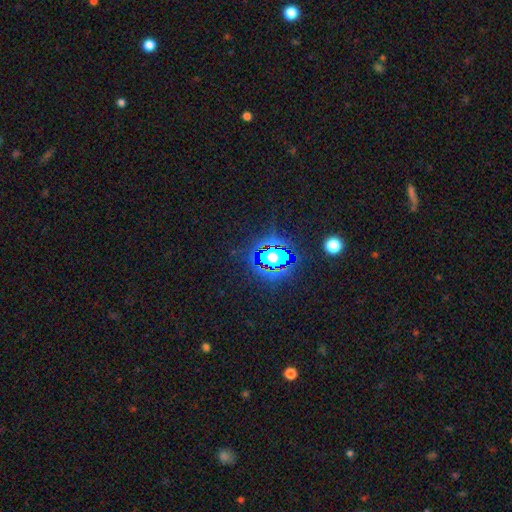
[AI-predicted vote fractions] Overall: star or artifact (80%).